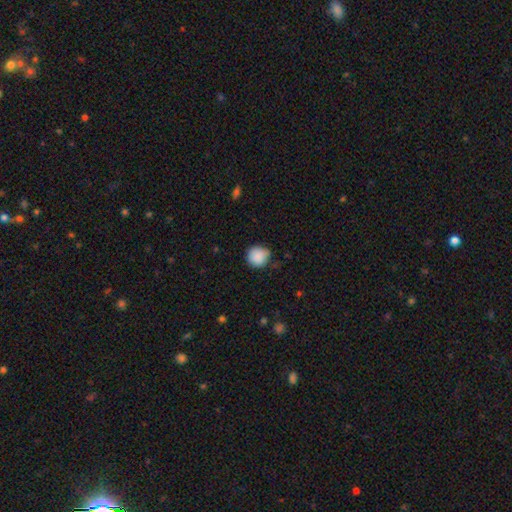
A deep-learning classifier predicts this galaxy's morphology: Smooth or featured?
  - smooth: 88% *
  - star or artifact: 8%
  - featured or disk: 4%
How rounded?
  - round: 89% *
  - in between: 10%
  - cigar-shaped: 1%
Merging?
  - none: 72% *
  - minor disturbance: 22%
  - major disturbance: 4%
  - merger: 2%